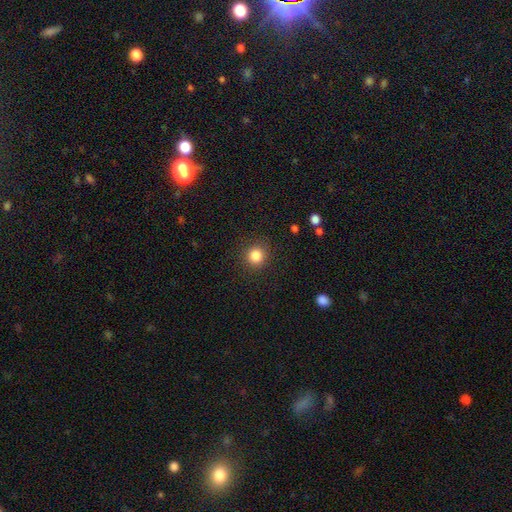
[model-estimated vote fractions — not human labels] A smooth galaxy with no disk features (84%) that is round (91%).

Vote fractions:
- Smooth or featured? smooth: 84% / star or artifact: 11% / featured or disk: 5%
- How rounded? round: 91% / in between: 8% / cigar-shaped: 1%
- Merging? none: 89% / minor disturbance: 7% / major disturbance: 3% / merger: 1%